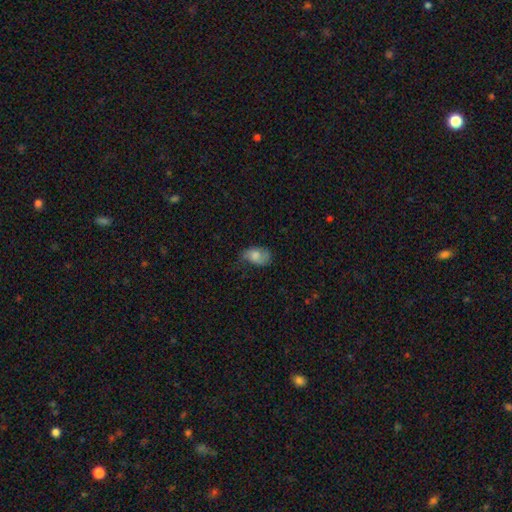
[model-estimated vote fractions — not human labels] smooth_or_featured: smooth (p=0.73) [alt: featured or disk p=0.19]
how_rounded: in between (p=0.89) [alt: round p=0.09]
merging: none (p=0.46) [alt: minor disturbance p=0.36]